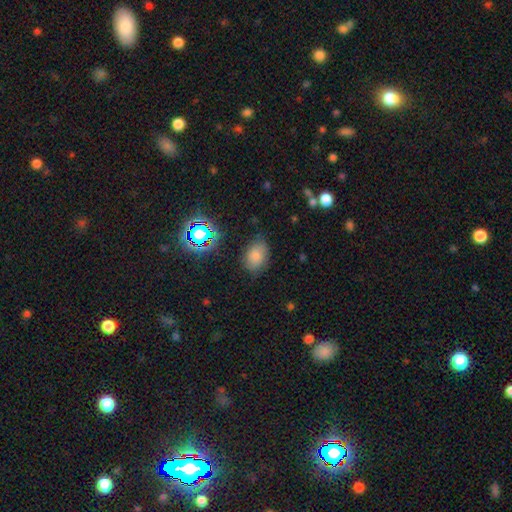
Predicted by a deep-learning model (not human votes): Smooth or featured: smooth — 76% (star or artifact — 14%)
How rounded: in between — 75% (round — 23%)
Merging: none — 75% (minor disturbance — 18%)